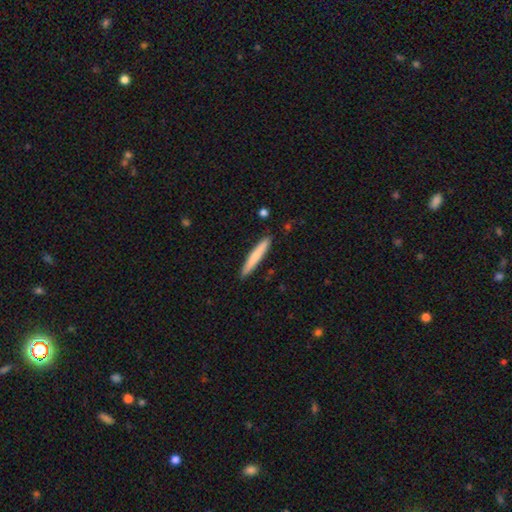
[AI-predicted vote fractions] Overall: smooth (75%). How rounded: cigar-shaped (95%). Merging: none (90%).